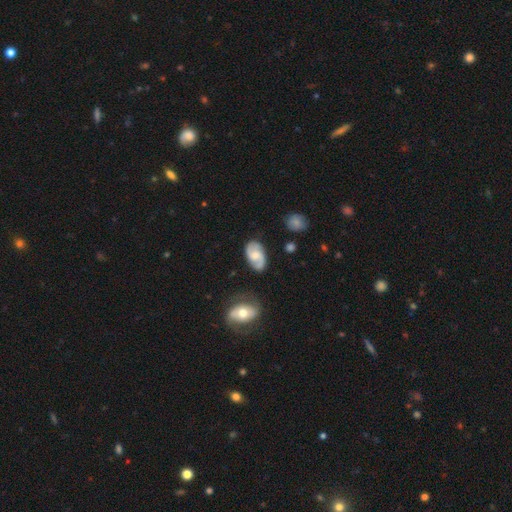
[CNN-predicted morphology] featured or disk 72%, smooth 23%, star or artifact 6%. Down the decision tree: edge-on disk — no (97%); bar — no (52%); spiral arms — yes (93%); spiral arm count — 2 (88%); spiral winding — medium (49%); bulge size — moderate (52%); merging — none (75%).